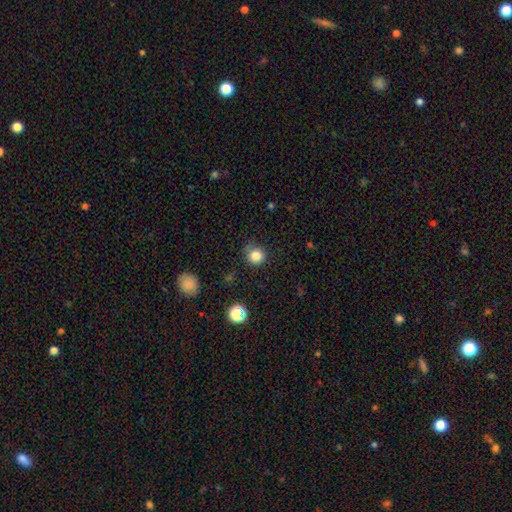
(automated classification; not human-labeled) Overall: smooth (82%). How rounded: round (90%). Merging: none (75%).